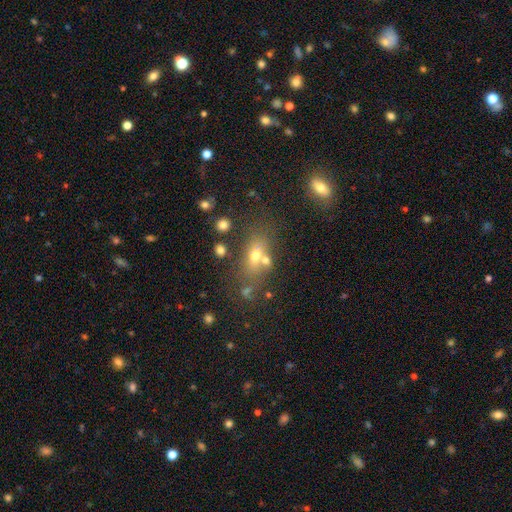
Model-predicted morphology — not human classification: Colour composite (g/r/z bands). It shows a smooth galaxy with no disk features (56%) that is in between round and cigar-shaped (69%). Merging: none (53%).